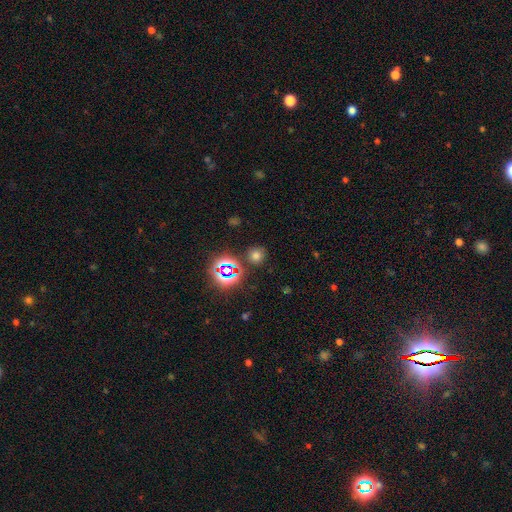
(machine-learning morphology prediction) Q: Smooth or featured?
A: smooth (65%); runner-up: star or artifact (29%)
Q: How rounded?
A: round (89%); runner-up: in between (10%)
Q: Merging?
A: none (83%); runner-up: minor disturbance (9%)